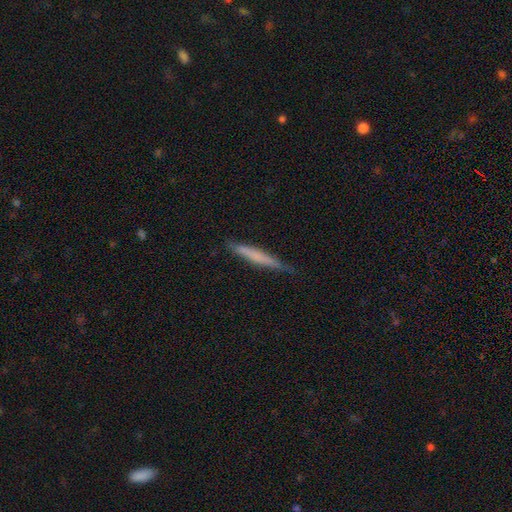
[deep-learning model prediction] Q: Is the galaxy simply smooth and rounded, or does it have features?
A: smooth — 59%.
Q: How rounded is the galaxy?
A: cigar-shaped — 95%.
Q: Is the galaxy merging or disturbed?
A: none — 81%.